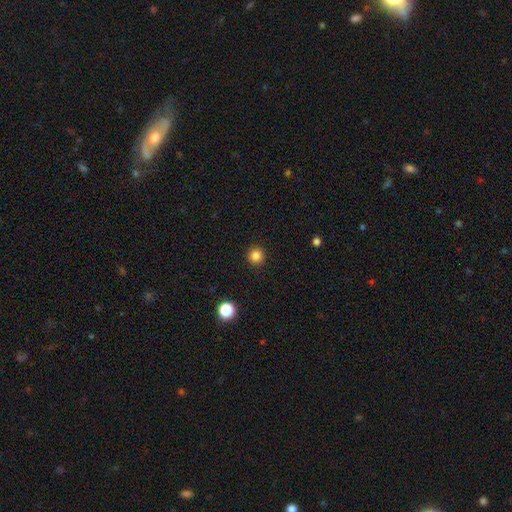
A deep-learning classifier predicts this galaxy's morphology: type=smooth (84%); roundness=round (95%); merging=none (93%).